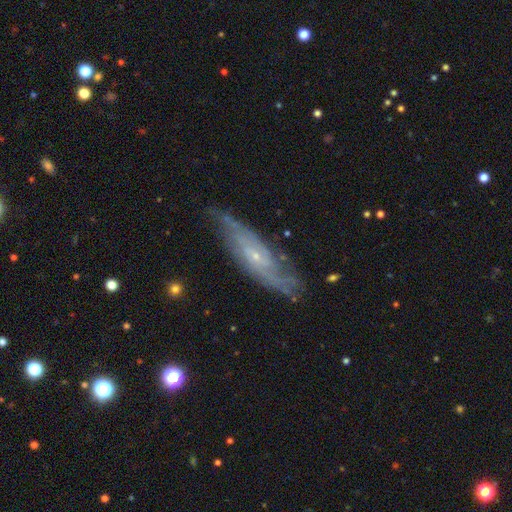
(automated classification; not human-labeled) A featured or disk galaxy (78%) with no bar (62%), can't tell (40%, tied with 2) tight (41%, tied with medium) spiral arms (89%) and a small central bulge (80%). Merging: none (72%).